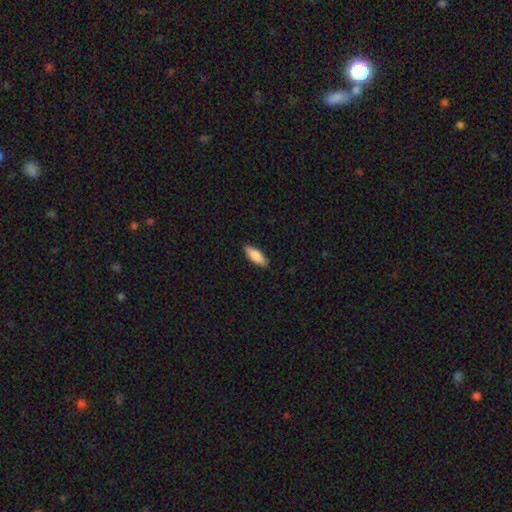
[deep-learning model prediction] smooth-or-featured: smooth: 81% | featured or disk: 13% | star or artifact: 6%
  how-rounded: in between: 73% | cigar-shaped: 25% | round: 2%
  merging: none: 89% | minor disturbance: 8% | major disturbance: 2% | merger: 1%